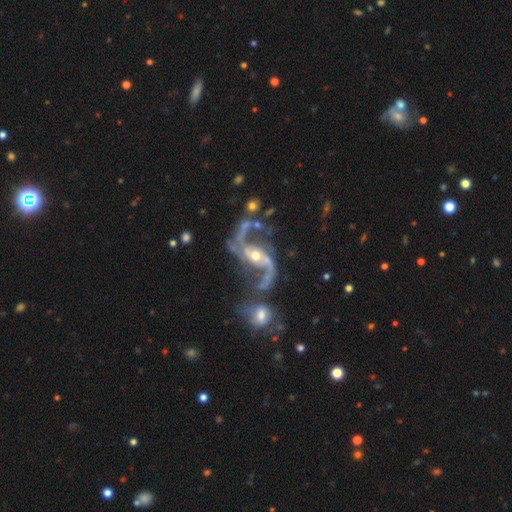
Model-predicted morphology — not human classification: Q: Smooth or featured?
A: featured or disk (91%); runner-up: star or artifact (6%)
Q: Edge-on disk?
A: no (97%); runner-up: yes (3%)
Q: Bar?
A: no (38%); runner-up: weak (34%)
Q: Spiral arms?
A: yes (97%); runner-up: no (3%)
Q: Spiral winding?
A: loose (65%); runner-up: medium (28%)
Q: Spiral arm count?
A: 2 (89%); runner-up: 3 (3%)
Q: Bulge size?
A: small (48%); runner-up: moderate (47%)
Q: Merging?
A: none (36%); runner-up: merger (32%)